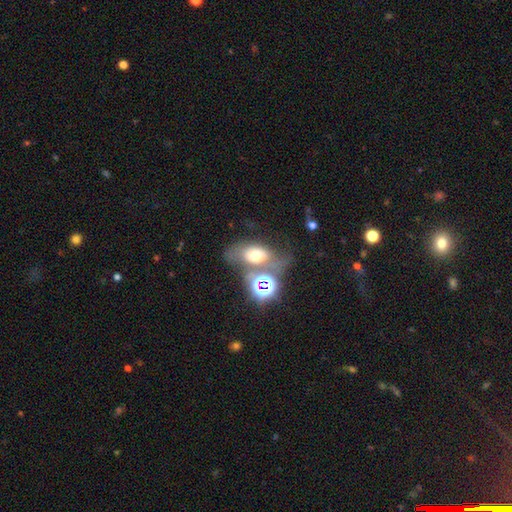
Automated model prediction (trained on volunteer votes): Overall: smooth (55%; star or artifact 23%). How rounded: in between (77%). Merging: none (38%; merger 27%).